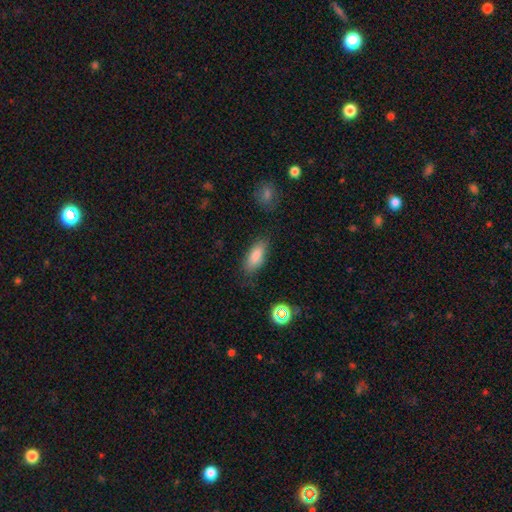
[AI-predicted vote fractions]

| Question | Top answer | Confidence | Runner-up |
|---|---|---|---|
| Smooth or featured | smooth | 84% | star or artifact (9%) |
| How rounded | in between | 78% | cigar-shaped (19%) |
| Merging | none | 80% | minor disturbance (14%) |